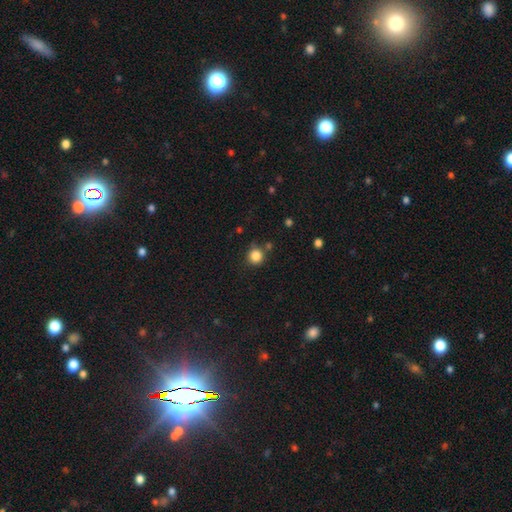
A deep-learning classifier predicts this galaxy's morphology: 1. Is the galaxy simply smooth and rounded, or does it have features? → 85% smooth, 11% star or artifact, 4% featured or disk.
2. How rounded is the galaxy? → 93% round, 6% in between, 1% cigar-shaped.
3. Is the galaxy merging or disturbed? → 79% none, 11% minor disturbance, 7% merger, 3% major disturbance.